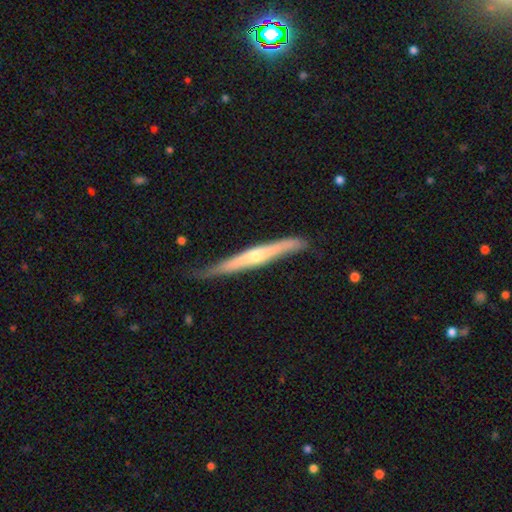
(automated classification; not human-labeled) smooth_or_featured: featured or disk (p=0.68) [alt: smooth p=0.27]
disk_edge_on: yes (p=0.94) [alt: no p=0.06]
edge_on_bulge: rounded (p=0.72) [alt: none p=0.24]
merging: none (p=0.70) [alt: minor disturbance p=0.25]